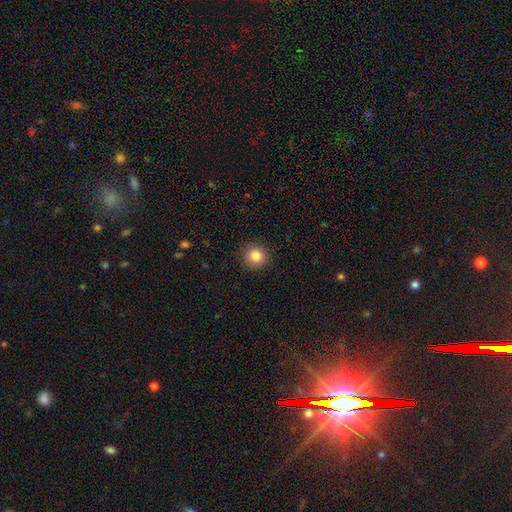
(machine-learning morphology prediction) Smooth or featured? smooth (84%)
How rounded? round (93%)
Merging? none (91%)